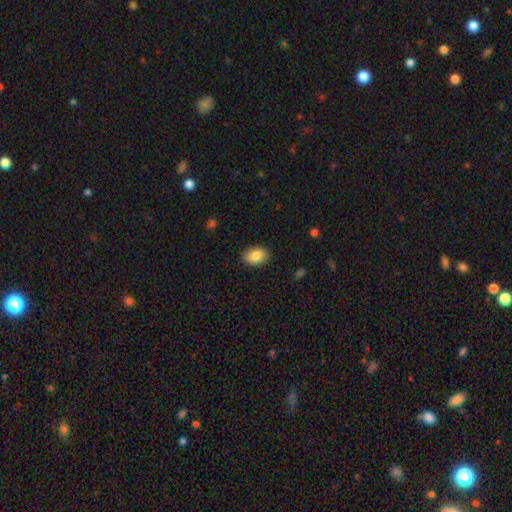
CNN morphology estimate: smooth_or_featured: smooth (p=0.87) [alt: star or artifact p=0.07]
how_rounded: in between (p=0.83) [alt: round p=0.16]
merging: none (p=0.89) [alt: minor disturbance p=0.08]